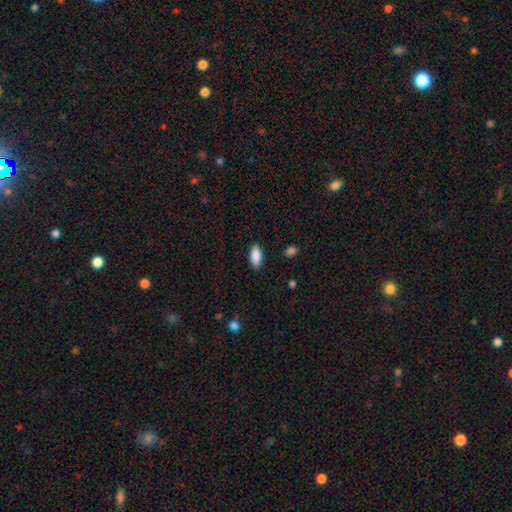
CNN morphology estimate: smooth 88%, star or artifact 7%, featured or disk 5%. Down the decision tree: how rounded — in between (90%); merging — none (86%).